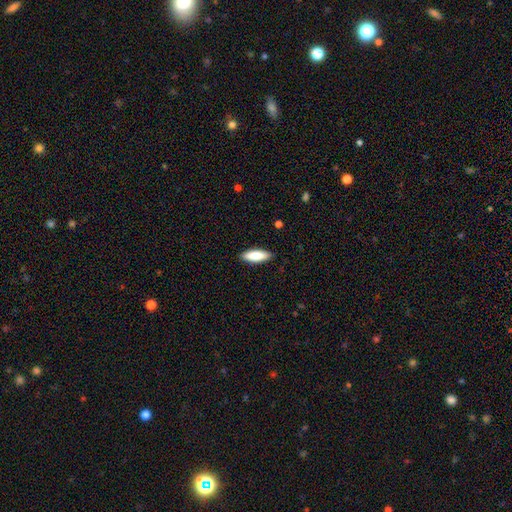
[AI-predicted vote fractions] smooth 84%, featured or disk 10%, star or artifact 5%. Down the decision tree: how rounded — in between (60%); merging — none (89%).